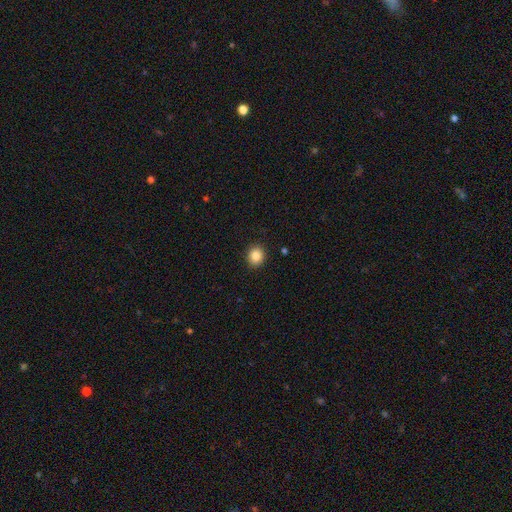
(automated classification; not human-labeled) smooth_or_featured: smooth (p=0.87) [alt: star or artifact p=0.09]
how_rounded: round (p=0.77) [alt: in between p=0.22]
merging: none (p=0.92) [alt: minor disturbance p=0.06]